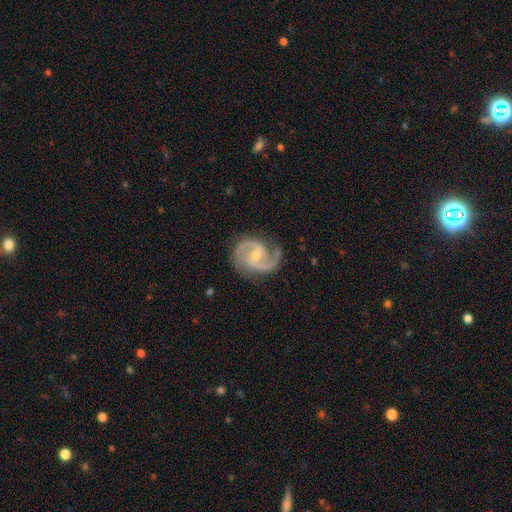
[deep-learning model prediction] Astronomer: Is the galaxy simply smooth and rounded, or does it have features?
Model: featured or disk — 92%.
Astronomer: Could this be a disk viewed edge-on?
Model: no — 98%.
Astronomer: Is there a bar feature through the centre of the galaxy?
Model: weak — 51% (runner-up: no, 32%).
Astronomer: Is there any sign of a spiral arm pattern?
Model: yes — 98%.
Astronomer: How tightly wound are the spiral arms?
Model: medium — 62%.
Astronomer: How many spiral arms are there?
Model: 2 — 92%.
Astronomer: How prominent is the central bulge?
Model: small — 53% (runner-up: moderate, 42%).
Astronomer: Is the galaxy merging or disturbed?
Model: none — 77%.